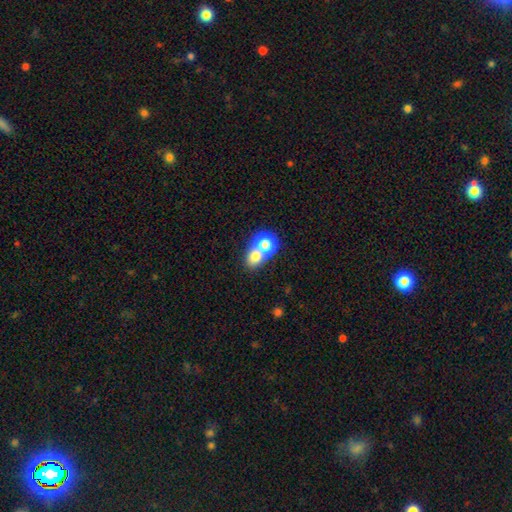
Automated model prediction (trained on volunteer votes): Smooth or featured?
  - smooth: 71% *
  - featured or disk: 15%
  - star or artifact: 14%
How rounded?
  - round: 62% *
  - in between: 37%
  - cigar-shaped: 1%
Merging?
  - merger: 58% *
  - none: 33%
  - minor disturbance: 6%
  - major disturbance: 3%